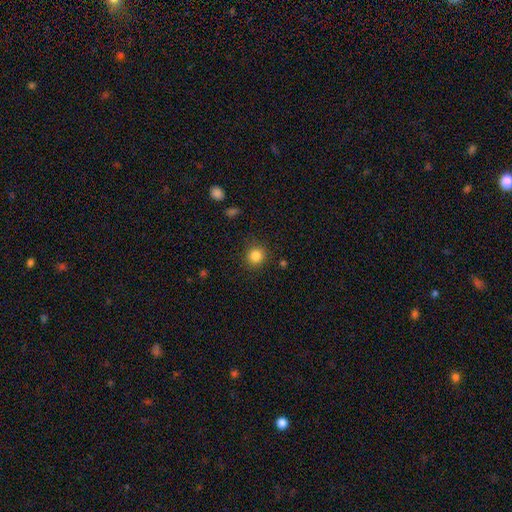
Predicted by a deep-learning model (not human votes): The model was most divided on "smooth or featured": smooth: 84%, star or artifact: 11%, featured or disk: 4%. More confident: how rounded — round (91%); merging — none (89%).